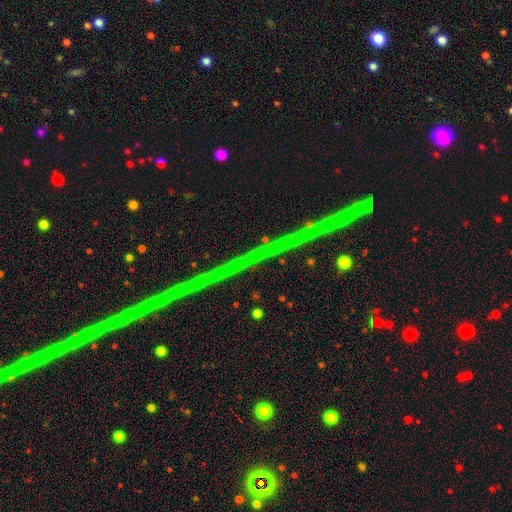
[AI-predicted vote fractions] Morphology: type=star or artifact (77%).